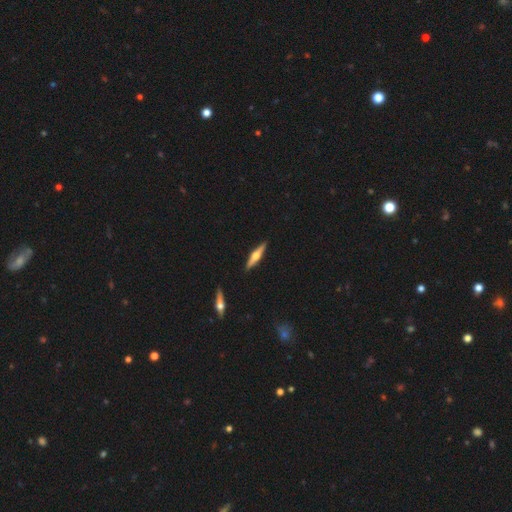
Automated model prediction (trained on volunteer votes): A featured or disk galaxy (68%) viewed edge-on (97%) with a rounded central bulge (94%).

Vote fractions:
- Smooth or featured? featured or disk: 68% / smooth: 27% / star or artifact: 5%
- Edge-on disk? yes: 97% / no: 3%
- Edge-on bulge? rounded: 94% / boxy: 3% / none: 2%
- Merging? none: 91% / minor disturbance: 6% / major disturbance: 1% / merger: 1%